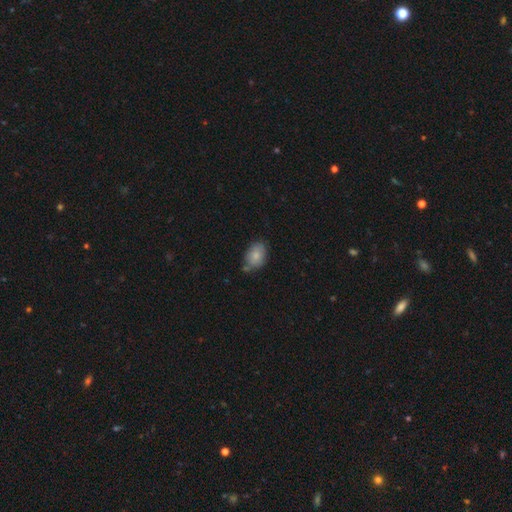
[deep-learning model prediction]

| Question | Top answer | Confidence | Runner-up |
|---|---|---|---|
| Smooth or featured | smooth | 79% | featured or disk (14%) |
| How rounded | in between | 78% | round (21%) |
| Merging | none | 61% | minor disturbance (25%) |